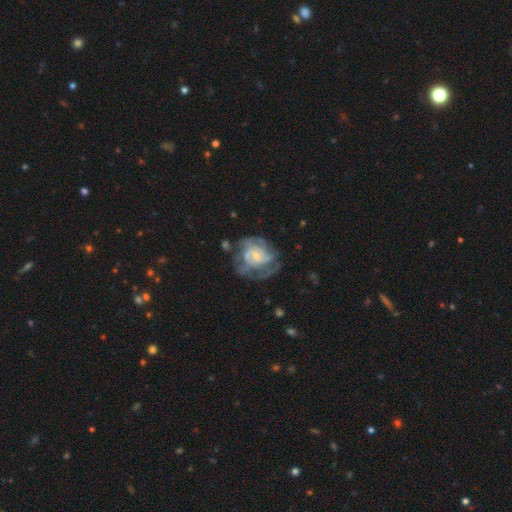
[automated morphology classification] A featured or disk galaxy (72%) with no bar (72%), spiral arms (71%) and a small central bulge (64%).

Vote fractions:
- Smooth or featured? featured or disk: 72% / smooth: 21% / star or artifact: 7%
- Edge-on disk? no: 97% / yes: 3%
- Bar? no: 72% / weak: 24% / strong: 4%
- Spiral arms? yes: 71% / no: 29%
- Bulge size? small: 64% / moderate: 29% / none: 3% / large: 3% / dominant: 1%
- Merging? none: 50% / major disturbance: 24% / minor disturbance: 21% / merger: 4%